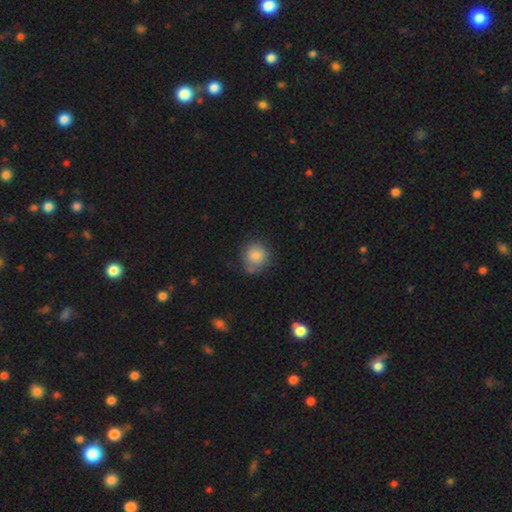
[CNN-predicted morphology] This appears to be a smooth galaxy with no disk features (84%) that is round (85%). Merging: none (65%).